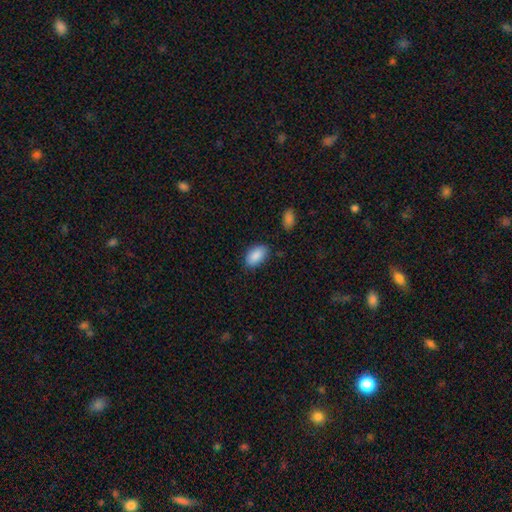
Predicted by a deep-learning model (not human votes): Smooth or featured: smooth — 89% (star or artifact — 7%)
How rounded: in between — 94% (round — 4%)
Merging: none — 81% (minor disturbance — 14%)